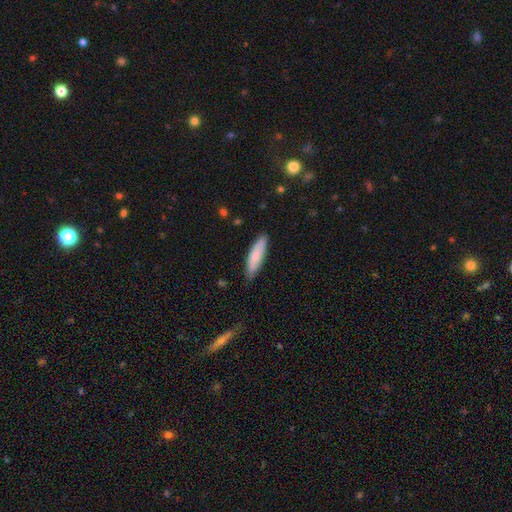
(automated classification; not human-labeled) Overall: smooth (80%). How rounded: cigar-shaped (67%; in between 32%). Merging: none (81%).